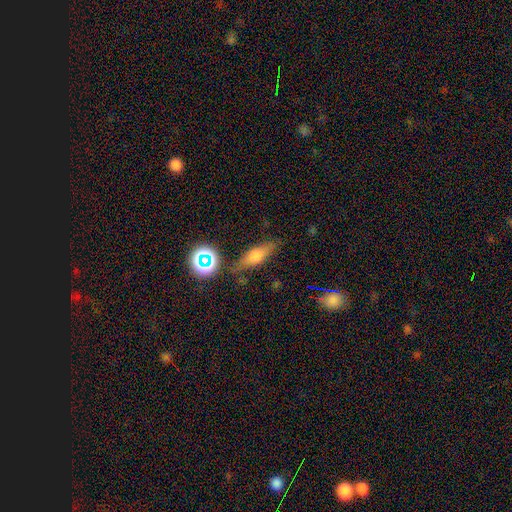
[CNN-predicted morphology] This appears to be a smooth galaxy with no disk features (57%) that is in between round and cigar-shaped (53%). Merging: none (71%).